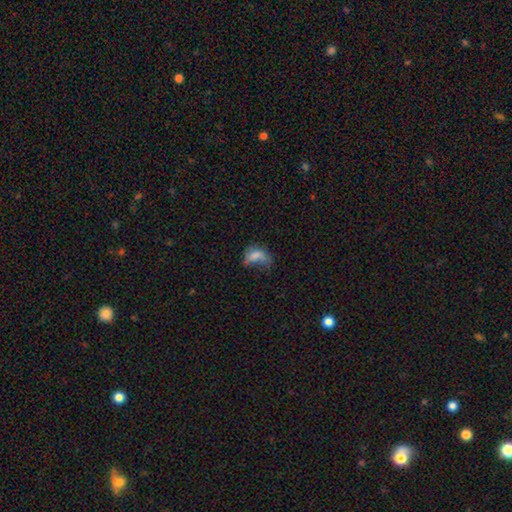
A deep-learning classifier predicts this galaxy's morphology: Smooth or featured?
  - smooth: 62% *
  - featured or disk: 25%
  - star or artifact: 13%
How rounded?
  - in between: 84% *
  - round: 12%
  - cigar-shaped: 4%
Merging?
  - major disturbance: 50% *
  - minor disturbance: 23%
  - none: 21%
  - merger: 6%